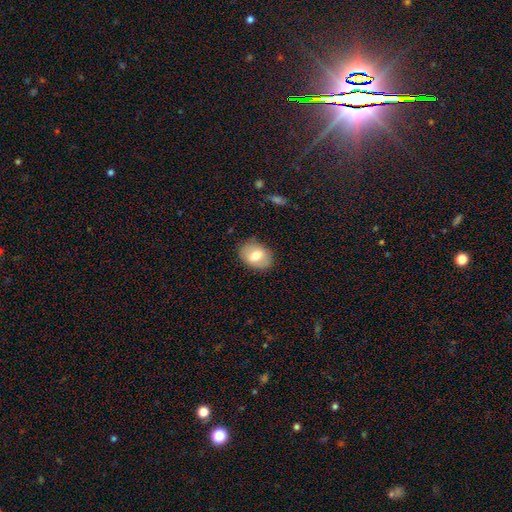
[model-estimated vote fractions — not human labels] Morphology: type=smooth (68%); roundness=in between (70%); merging=none (82%).